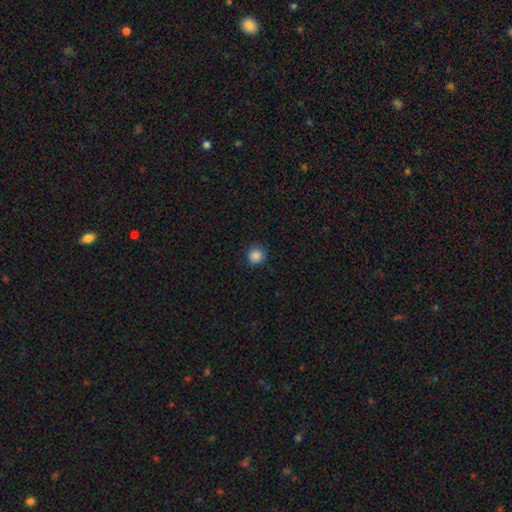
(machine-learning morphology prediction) The model was most divided on "smooth or featured": smooth: 87%, star or artifact: 10%, featured or disk: 3%. More confident: how rounded — round (94%); merging — none (90%).